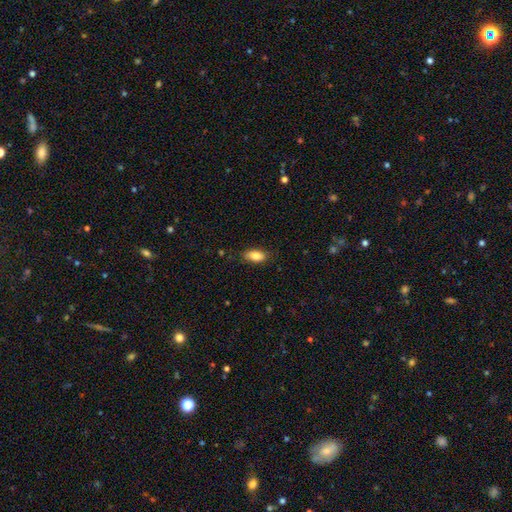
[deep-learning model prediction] Smooth or featured: smooth — 84% (featured or disk — 9%)
How rounded: in between — 89% (cigar-shaped — 6%)
Merging: none — 80% (minor disturbance — 16%)